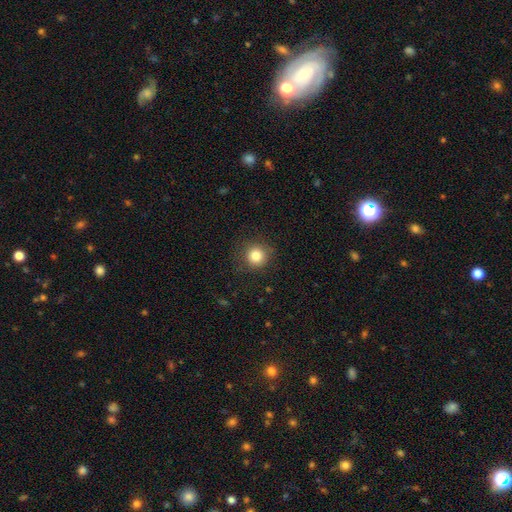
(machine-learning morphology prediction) A smooth galaxy with no disk features (84%) that is round (93%).

Vote fractions:
- Smooth or featured? smooth: 84% / star or artifact: 11% / featured or disk: 5%
- How rounded? round: 93% / in between: 6% / cigar-shaped: 1%
- Merging? none: 86% / minor disturbance: 9% / major disturbance: 3% / merger: 1%